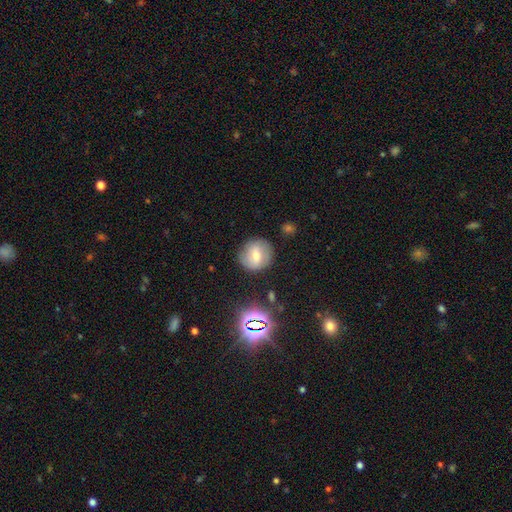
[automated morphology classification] Q: Smooth or featured?
A: smooth (53%); runner-up: featured or disk (34%)
Q: How rounded?
A: round (87%); runner-up: in between (12%)
Q: Merging?
A: none (81%); runner-up: minor disturbance (13%)